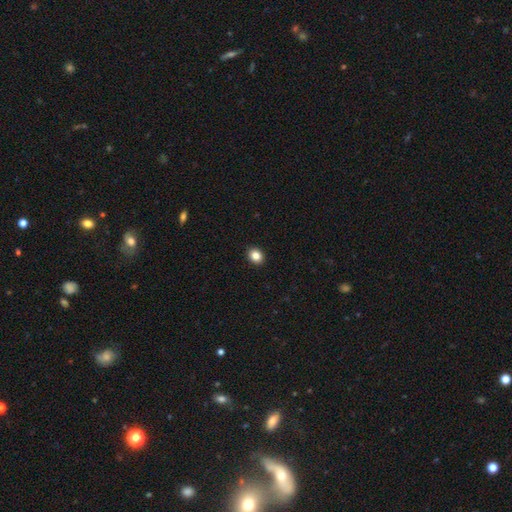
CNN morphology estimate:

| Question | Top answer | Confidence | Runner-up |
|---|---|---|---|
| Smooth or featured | smooth | 85% | star or artifact (10%) |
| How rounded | round | 59% | in between (40%) |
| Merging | none | 93% | minor disturbance (5%) |